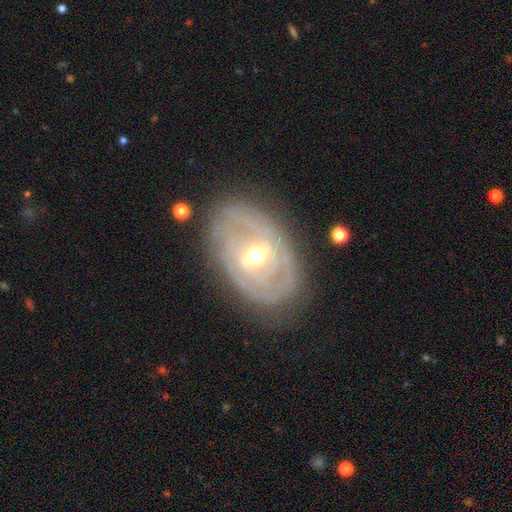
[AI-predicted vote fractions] The model was most divided on "spiral arm count": can't tell: 41%, 2: 36%, 3: 10%, 1: 5%, 4: 5%, more than 4: 3%. Remaining: edge-on disk — no (94%); smooth or featured — featured or disk (81%); merging — none (79%); spiral arms — yes (73%); spiral winding — tight (70%); bulge size — moderate (69%); bar — weak (43%).